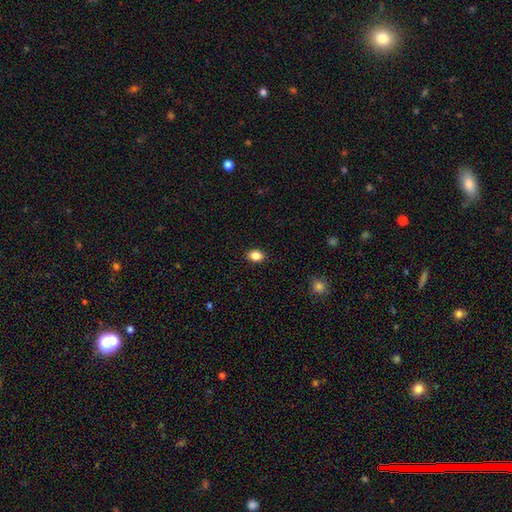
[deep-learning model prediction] Smooth or featured: smooth — 86% (star or artifact — 10%)
How rounded: in between — 66% (round — 33%)
Merging: none — 90% (minor disturbance — 7%)